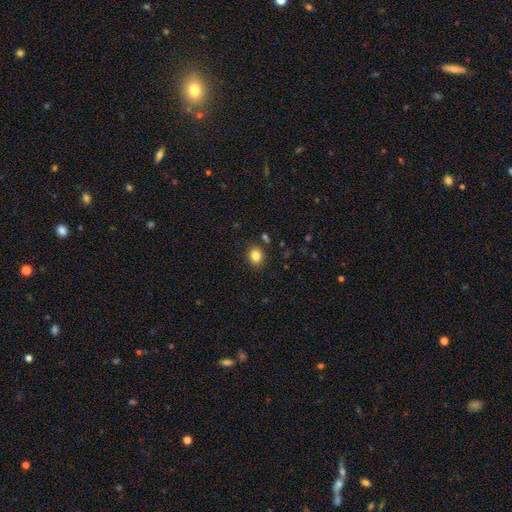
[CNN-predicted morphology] A smooth galaxy with no disk features (84%) that is round (64%).

Vote fractions:
- Smooth or featured? smooth: 84% / star or artifact: 11% / featured or disk: 5%
- How rounded? round: 64% / in between: 36% / cigar-shaped: 1%
- Merging? none: 86% / minor disturbance: 8% / merger: 3% / major disturbance: 2%